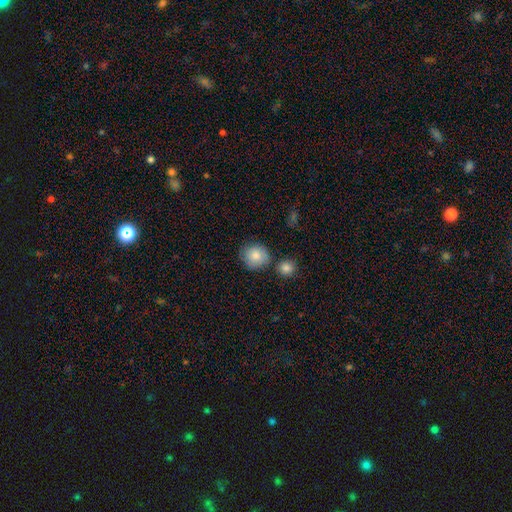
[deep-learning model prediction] A smooth galaxy with no disk features (85%) that is round (86%). Merging: none (72%).